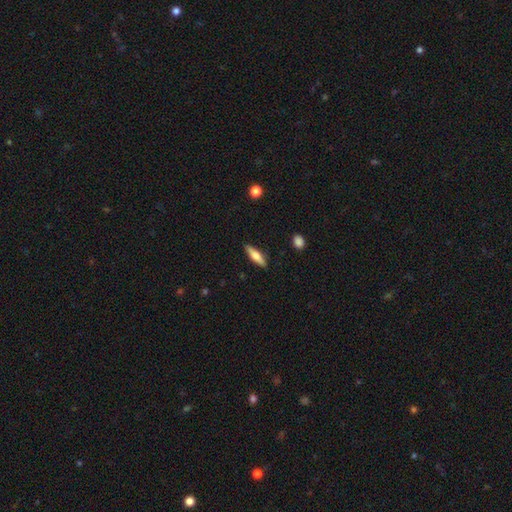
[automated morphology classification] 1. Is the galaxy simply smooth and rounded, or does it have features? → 53% smooth, 41% featured or disk, 6% star or artifact.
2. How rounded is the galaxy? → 66% cigar-shaped, 31% in between, 2% round.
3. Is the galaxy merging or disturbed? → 88% none, 8% minor disturbance, 2% major disturbance, 1% merger.